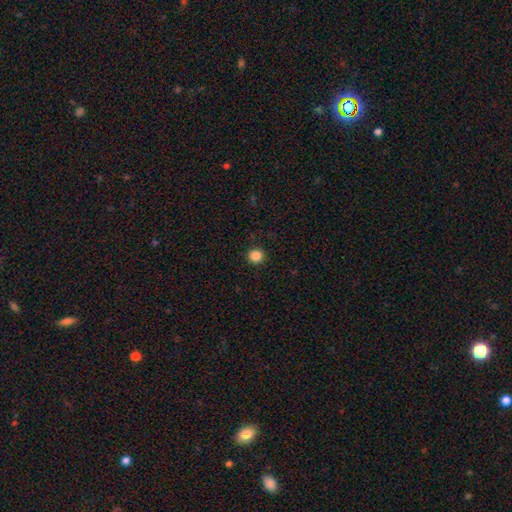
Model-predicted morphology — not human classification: Smooth or featured? Predicted: smooth (p=0.85). How rounded? Predicted: round (p=0.94). Merging? Predicted: none (p=0.93).